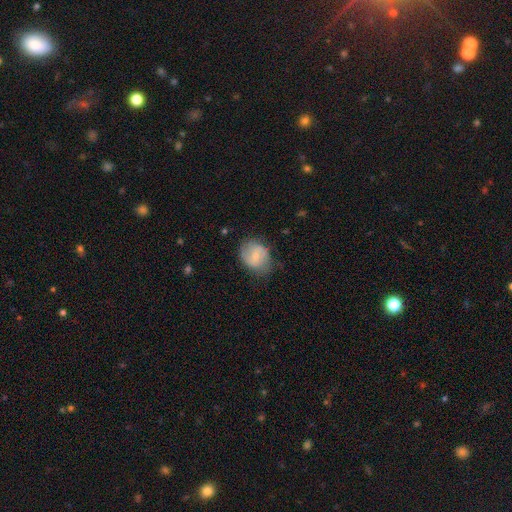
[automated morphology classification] The model was most divided on "smooth or featured": smooth: 47%, featured or disk: 46%, star or artifact: 7%. More confident: merging — none (66%).